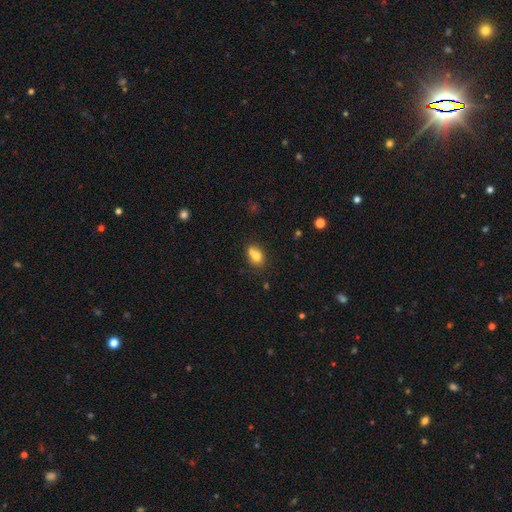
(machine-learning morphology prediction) The model was most divided on "merging": merger: 46%, none: 37%, minor disturbance: 13%, major disturbance: 4%. More confident: smooth or featured — smooth (73%); how rounded — in between (55%).